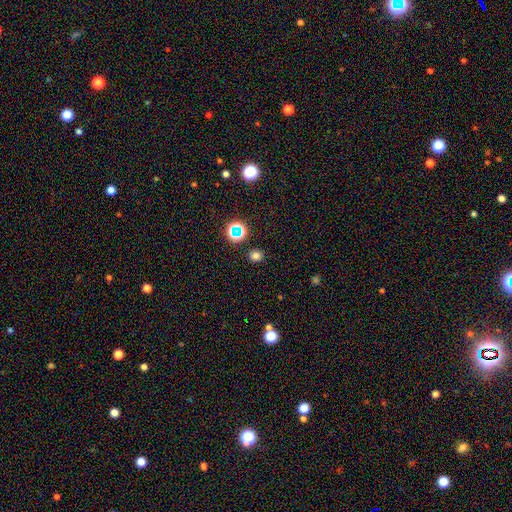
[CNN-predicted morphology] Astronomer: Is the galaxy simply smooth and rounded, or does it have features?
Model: smooth — 72%.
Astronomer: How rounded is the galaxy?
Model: round — 77%.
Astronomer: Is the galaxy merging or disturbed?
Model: none — 88%.